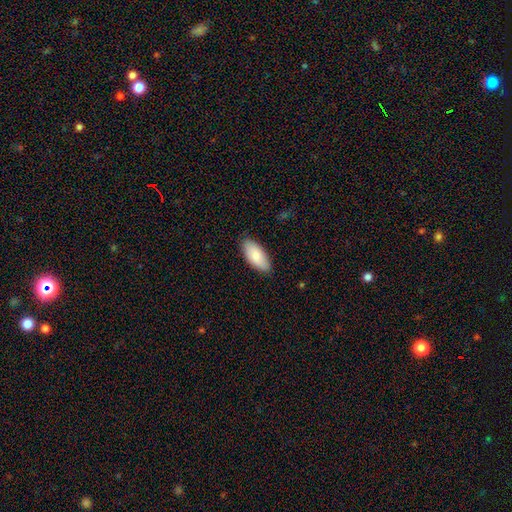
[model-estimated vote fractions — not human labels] A smooth galaxy with no disk features (83%) that is in between round and cigar-shaped (91%).

Vote fractions:
- Smooth or featured? smooth: 83% / featured or disk: 12% / star or artifact: 6%
- How rounded? in between: 91% / cigar-shaped: 8% / round: 2%
- Merging? none: 86% / minor disturbance: 12% / major disturbance: 2% / merger: 1%